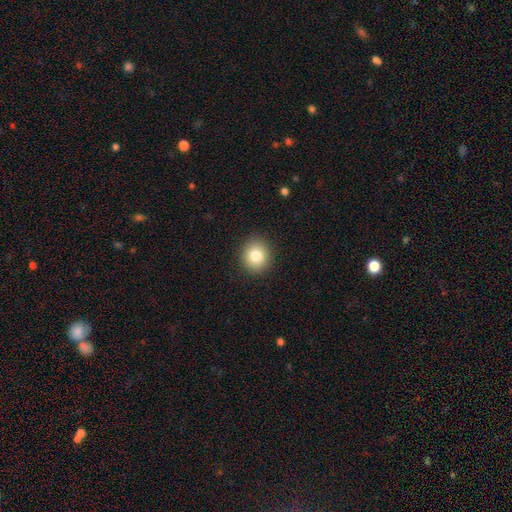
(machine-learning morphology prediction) type=smooth (81%); roundness=round (82%); merging=none (91%).